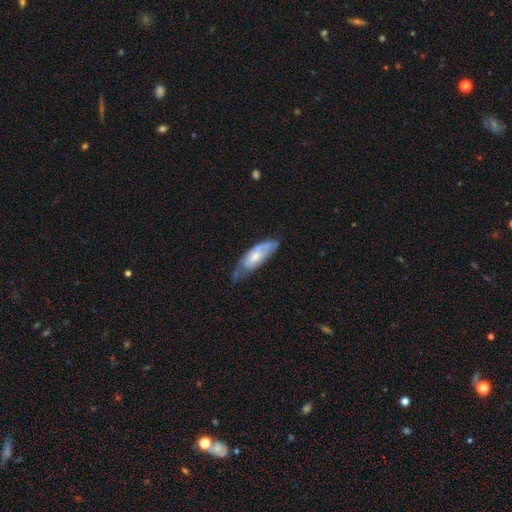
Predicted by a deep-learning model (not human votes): This is possibly a smooth galaxy (56%). How rounded: likely in between (67%). Merging: marginally none (43%).